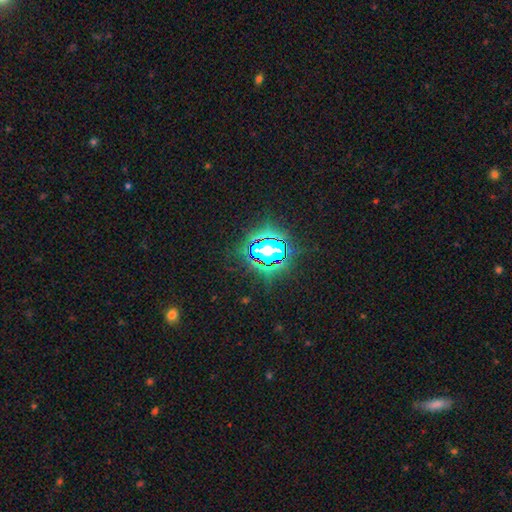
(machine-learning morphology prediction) Smooth or featured? star or artifact (80%)